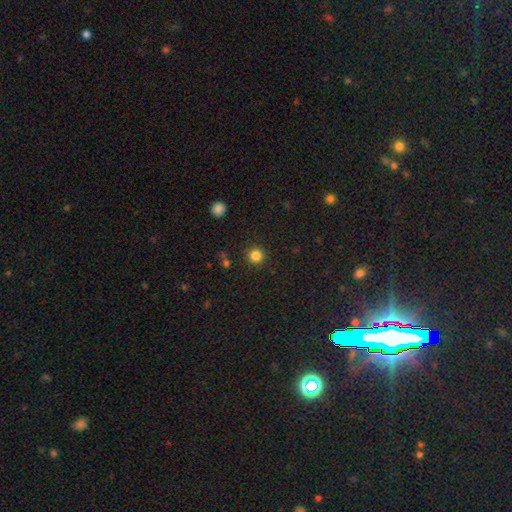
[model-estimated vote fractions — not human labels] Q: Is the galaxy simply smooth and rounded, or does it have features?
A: smooth — 84%.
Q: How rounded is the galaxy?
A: round — 95%.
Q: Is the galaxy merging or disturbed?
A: none — 92%.